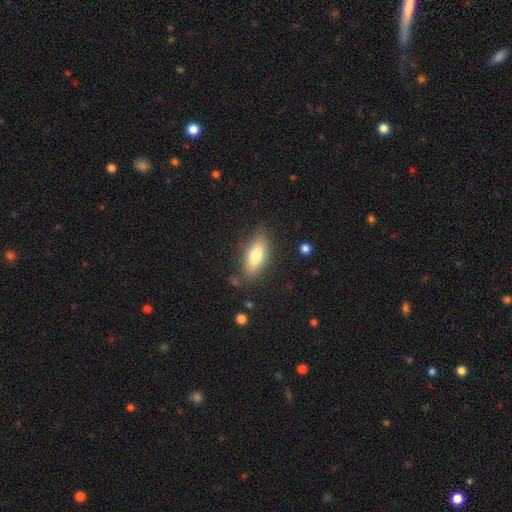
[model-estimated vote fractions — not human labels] smooth-or-featured: smooth: 70% | featured or disk: 23% | star or artifact: 6%
  how-rounded: in between: 74% | cigar-shaped: 23% | round: 3%
  merging: none: 82% | minor disturbance: 12% | major disturbance: 3% | merger: 2%